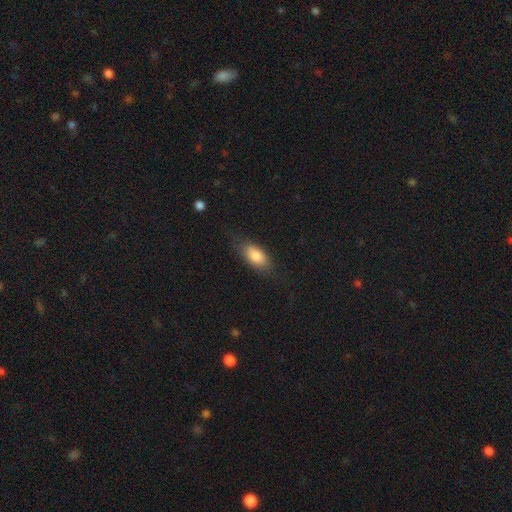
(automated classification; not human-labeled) Smooth or featured? Predicted: smooth (p=0.81). How rounded? Predicted: in between (p=0.88). Merging? Predicted: none (p=0.73).